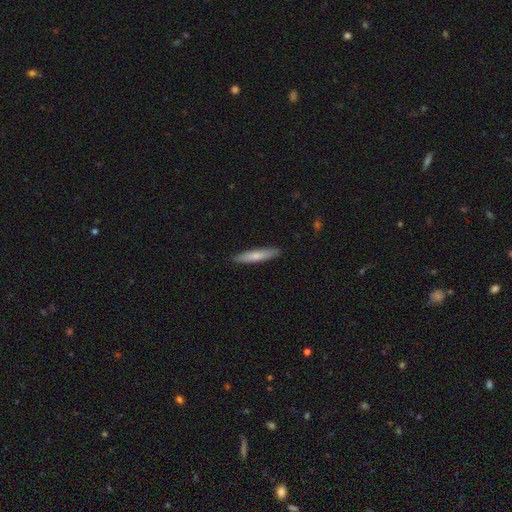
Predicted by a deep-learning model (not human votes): This appears to be a smooth galaxy with no disk features (73%) that is cigar-shaped (90%). Merging: none (90%).